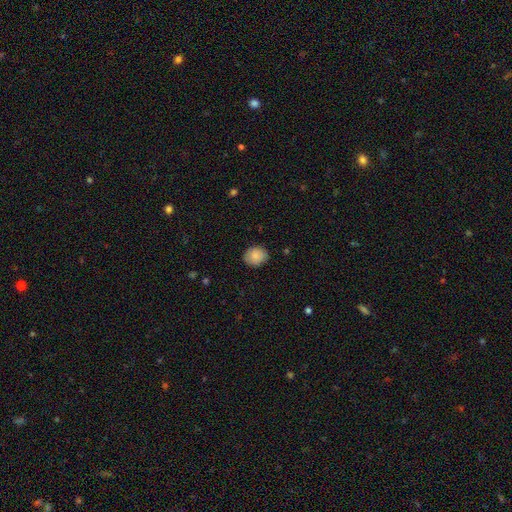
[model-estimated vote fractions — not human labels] Smooth or featured? smooth (86%)
How rounded? round (53%)
Merging? none (86%)